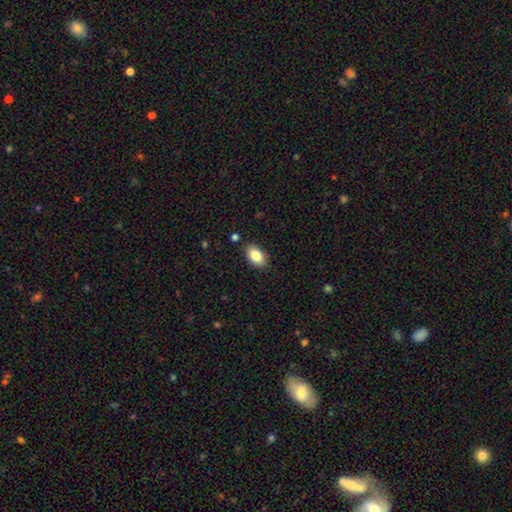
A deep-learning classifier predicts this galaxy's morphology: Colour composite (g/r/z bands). It shows a smooth galaxy with no disk features (83%) that is in between round and cigar-shaped (90%). Merging: none (87%).